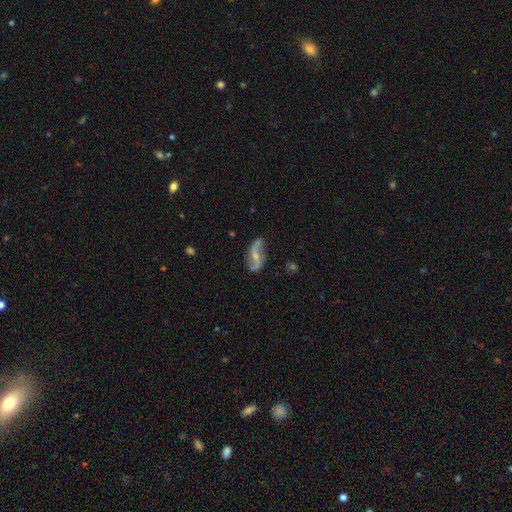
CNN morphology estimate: Smooth or featured?
  - featured or disk: 83% *
  - smooth: 11%
  - star or artifact: 6%
Edge-on disk?
  - no: 95% *
  - yes: 5%
Bar?
  - no: 38% *
  - weak: 37%
  - strong: 25%
Spiral arms?
  - yes: 93% *
  - no: 7%
Spiral winding?
  - loose: 82% *
  - medium: 13%
  - tight: 5%
Spiral arm count?
  - 2: 93% *
  - can't tell: 2%
  - 1: 2%
  - 3: 1%
  - 4: 1%
  - more than 4: 1%
Bulge size?
  - small: 59% *
  - moderate: 33%
  - none: 5%
  - large: 2%
  - dominant: 1%
Merging?
  - none: 77% *
  - minor disturbance: 16%
  - major disturbance: 5%
  - merger: 2%